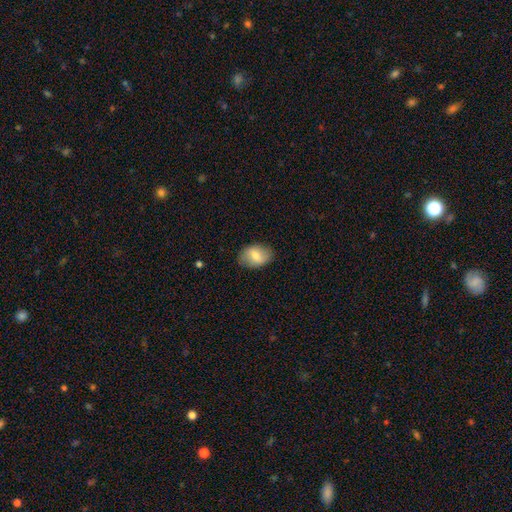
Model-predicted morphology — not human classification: Overall: smooth (69%). How rounded: in between (81%). Merging: none (83%).